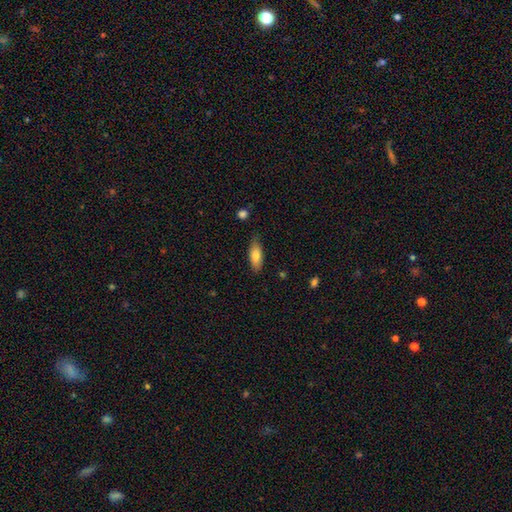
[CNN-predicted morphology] This appears to be a smooth galaxy with no disk features (82%) that is in between round and cigar-shaped (71%). Merging: none (76%).